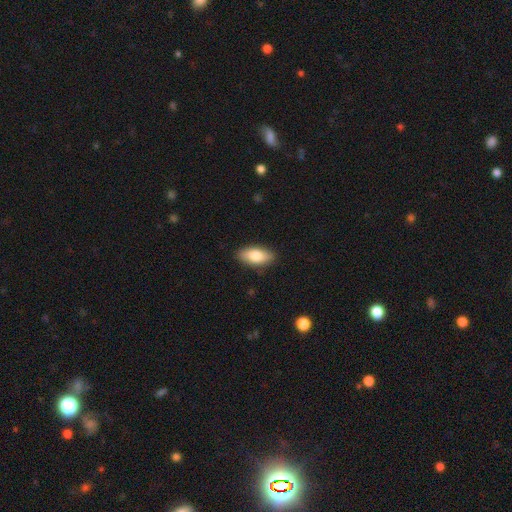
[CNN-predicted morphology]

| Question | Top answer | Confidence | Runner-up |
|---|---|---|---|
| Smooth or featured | smooth | 82% | featured or disk (12%) |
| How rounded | in between | 89% | cigar-shaped (8%) |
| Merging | none | 87% | minor disturbance (10%) |